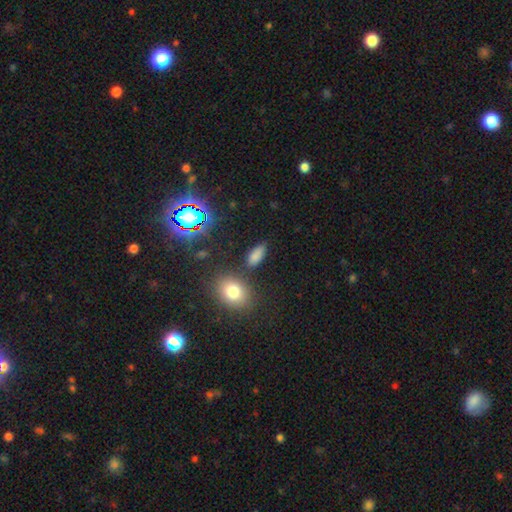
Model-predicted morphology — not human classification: Q: Smooth or featured?
A: smooth (76%); runner-up: star or artifact (17%)
Q: How rounded?
A: in between (80%); runner-up: cigar-shaped (12%)
Q: Merging?
A: none (75%); runner-up: minor disturbance (15%)